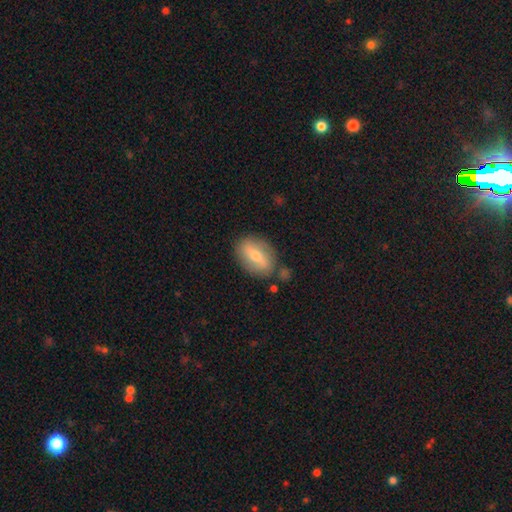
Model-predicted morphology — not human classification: Overall: smooth (53%; featured or disk 40%). How rounded: in between (81%). Merging: none (78%).